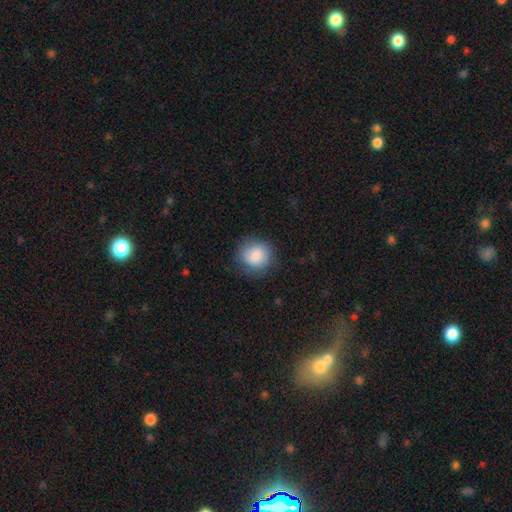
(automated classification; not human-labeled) A smooth galaxy with no disk features (86%) that is round (83%).

Vote fractions:
- Smooth or featured? smooth: 86% / star or artifact: 7% / featured or disk: 7%
- How rounded? round: 83% / in between: 16% / cigar-shaped: 1%
- Merging? none: 78% / minor disturbance: 16% / major disturbance: 5% / merger: 1%